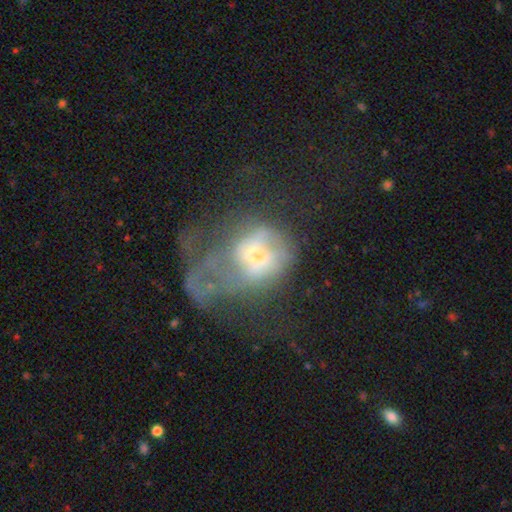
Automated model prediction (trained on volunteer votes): smooth_or_featured: featured or disk (p=0.53) [alt: smooth p=0.33]
disk_edge_on: no (p=0.95) [alt: yes p=0.05]
bar: no (p=0.71) [alt: weak p=0.22]
has_spiral_arms: no (p=0.70) [alt: yes p=0.30]
bulge_size: moderate (p=0.41) [tied with: small p=0.41]
merging: major disturbance (p=0.55) [alt: merger p=0.22]